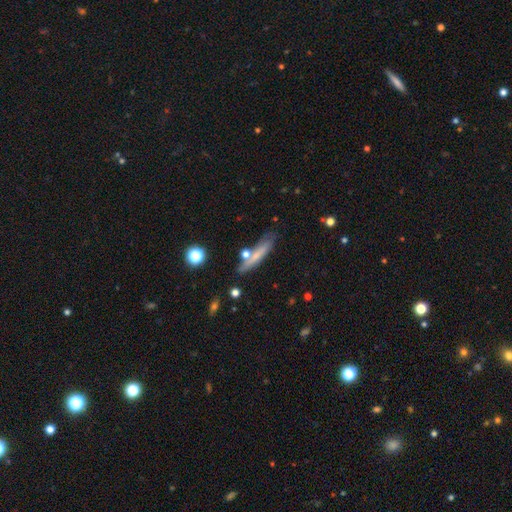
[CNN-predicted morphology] Overall: smooth (62%; featured or disk 29%). How rounded: cigar-shaped (85%). Merging: none (72%).